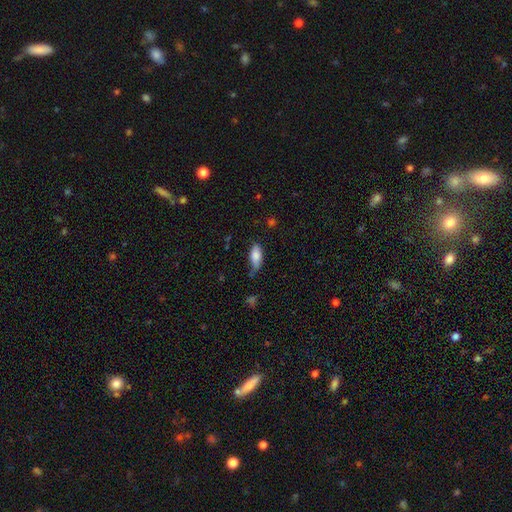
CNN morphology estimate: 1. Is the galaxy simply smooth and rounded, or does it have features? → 80% smooth, 13% featured or disk, 7% star or artifact.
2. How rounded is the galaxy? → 83% in between, 14% cigar-shaped, 3% round.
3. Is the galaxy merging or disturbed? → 52% none, 35% minor disturbance, 9% major disturbance, 4% merger.